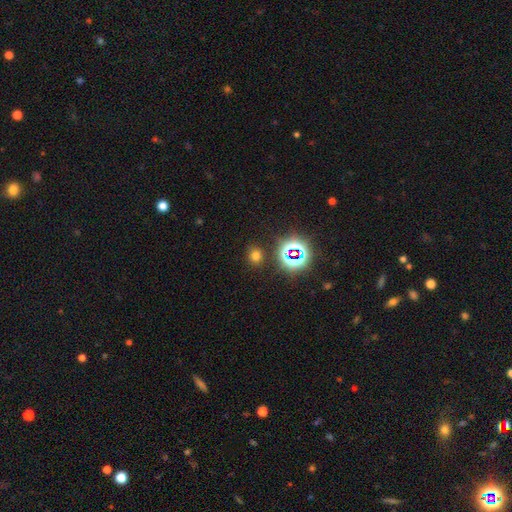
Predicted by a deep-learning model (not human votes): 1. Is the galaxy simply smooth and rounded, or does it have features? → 66% smooth, 28% star or artifact, 6% featured or disk.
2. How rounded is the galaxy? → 69% round, 29% in between, 1% cigar-shaped.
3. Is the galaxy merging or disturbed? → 85% none, 8% minor disturbance, 3% major disturbance, 3% merger.